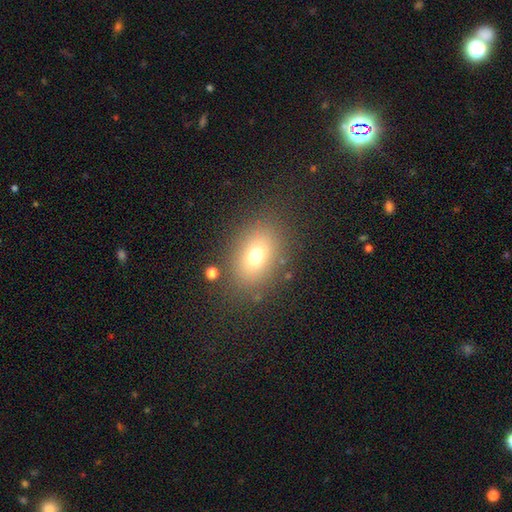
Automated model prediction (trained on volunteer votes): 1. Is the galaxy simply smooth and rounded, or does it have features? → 71% smooth, 15% star or artifact, 14% featured or disk.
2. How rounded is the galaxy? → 68% in between, 31% round, 1% cigar-shaped.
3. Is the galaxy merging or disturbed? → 80% none, 11% minor disturbance, 6% major disturbance, 3% merger.